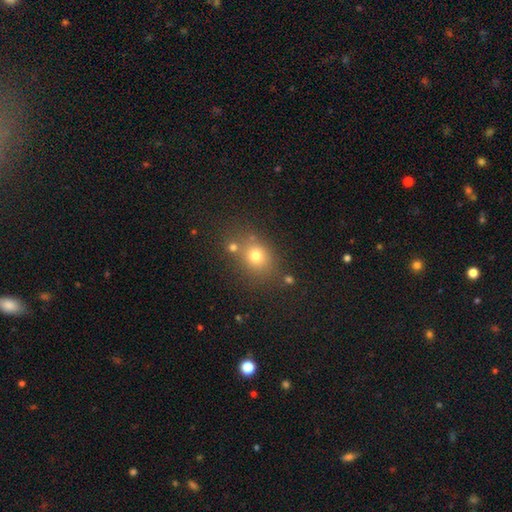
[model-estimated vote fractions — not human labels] Q: Smooth or featured?
A: smooth (72%); runner-up: star or artifact (17%)
Q: How rounded?
A: round (61%); runner-up: in between (37%)
Q: Merging?
A: none (67%); runner-up: merger (14%)